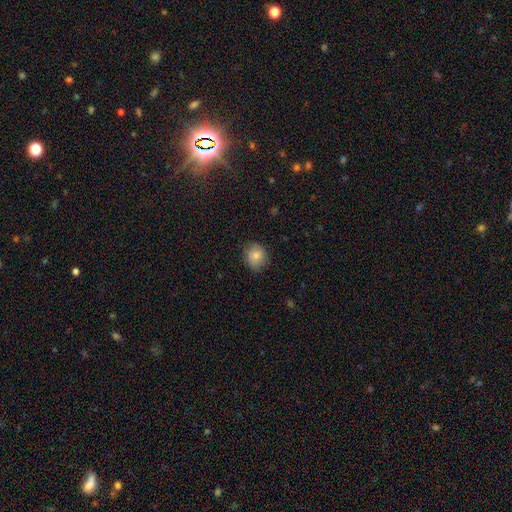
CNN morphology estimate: A smooth galaxy with no disk features (79%) that is round (74%).

Vote fractions:
- Smooth or featured? smooth: 79% / featured or disk: 13% / star or artifact: 8%
- How rounded? round: 74% / in between: 25% / cigar-shaped: 1%
- Merging? none: 75% / minor disturbance: 20% / major disturbance: 4% / merger: 1%